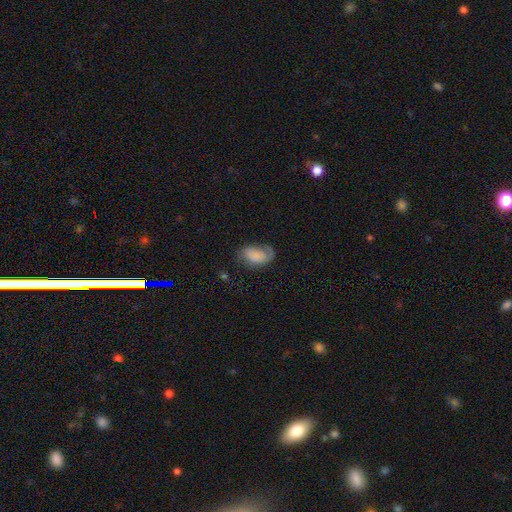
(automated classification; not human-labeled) A smooth galaxy with no disk features (63%) that is in between round and cigar-shaped (90%). Merging: none (45%).